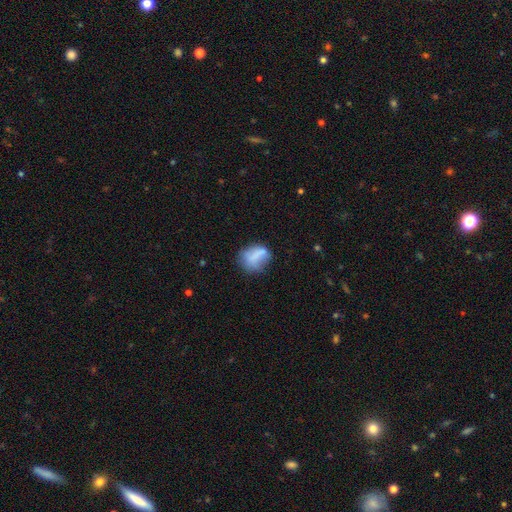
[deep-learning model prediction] smooth_or_featured: smooth (p=0.71) [alt: featured or disk p=0.20]
how_rounded: in between (p=0.57) [alt: round p=0.39]
merging: none (p=0.49) [alt: minor disturbance p=0.28]